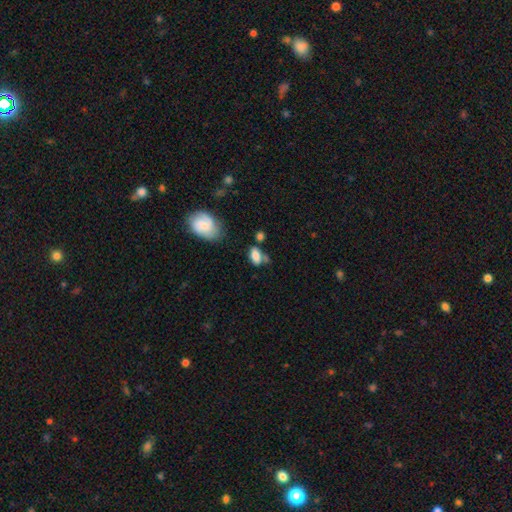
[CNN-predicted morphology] type=smooth (77%); roundness=in between (88%); merging=none (47%).